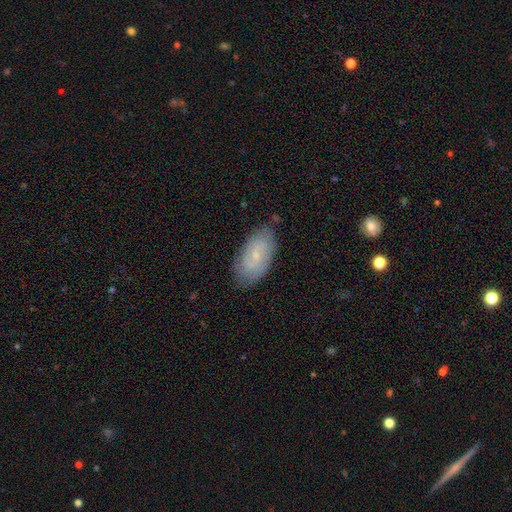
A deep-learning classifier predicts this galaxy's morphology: A featured or disk galaxy (57%) with no bar (54%), spiral arms (82%) and a small central bulge (77%). Merging: none (77%).